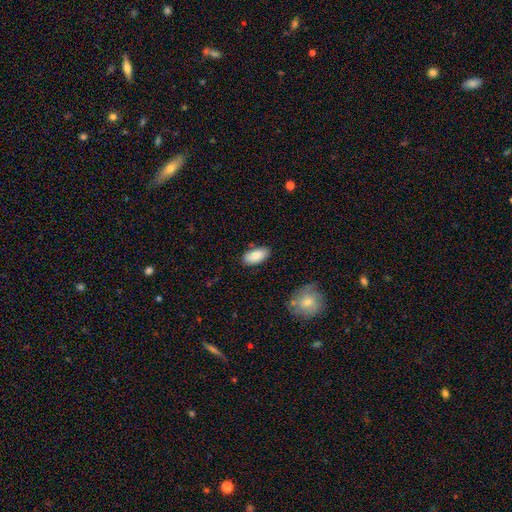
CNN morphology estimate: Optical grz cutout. It shows a smooth galaxy with no disk features (86%) that is in between round and cigar-shaped (93%). Merging: none (81%).